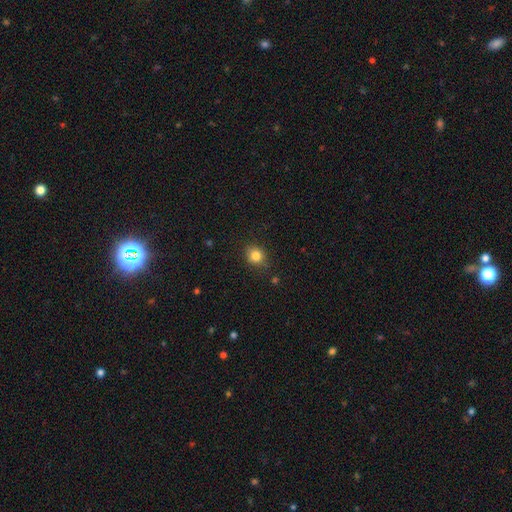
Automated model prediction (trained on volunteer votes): This is clearly a smooth galaxy (83%). How rounded: likely round (71%). Merging: clearly none (81%).